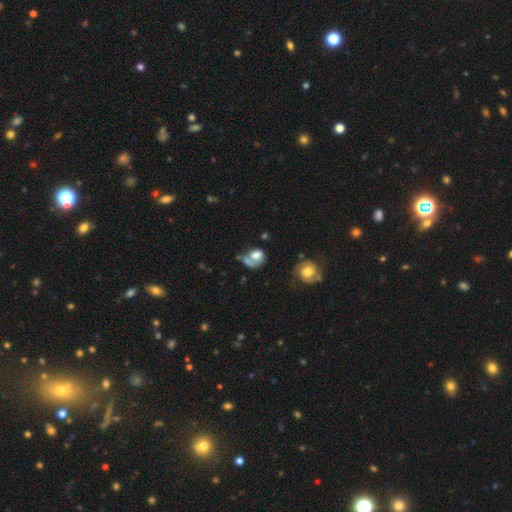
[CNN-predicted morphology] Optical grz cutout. It shows a smooth galaxy with no disk features (61%) that is round (52%). Merging: merger (33%).